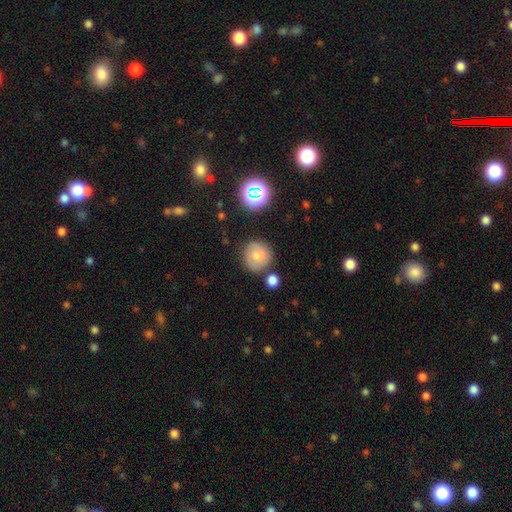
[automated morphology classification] Smooth or featured? smooth (67%)
How rounded? round (88%)
Merging? none (69%)